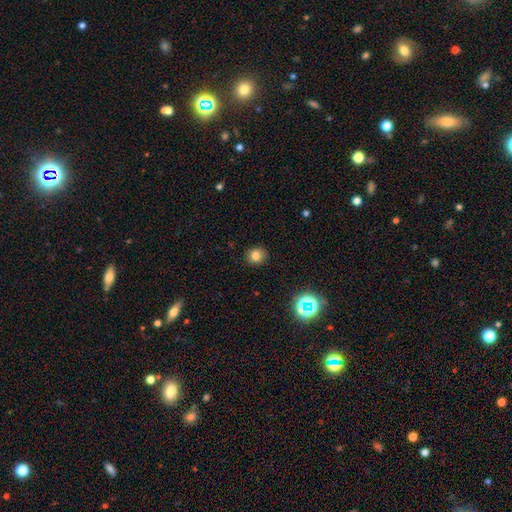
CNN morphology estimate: Smooth or featured: smooth — 79% (star or artifact — 15%)
How rounded: round — 85% (in between — 14%)
Merging: none — 90% (minor disturbance — 7%)